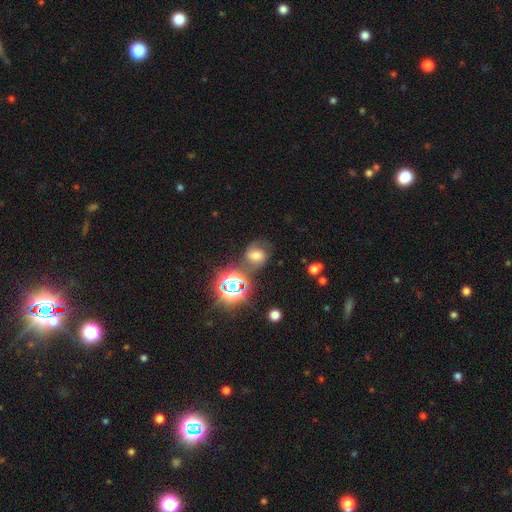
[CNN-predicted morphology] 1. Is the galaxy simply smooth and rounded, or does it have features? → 41% smooth, 32% featured or disk, 27% star or artifact.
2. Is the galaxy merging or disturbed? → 58% none, 19% minor disturbance, 12% major disturbance, 10% merger.